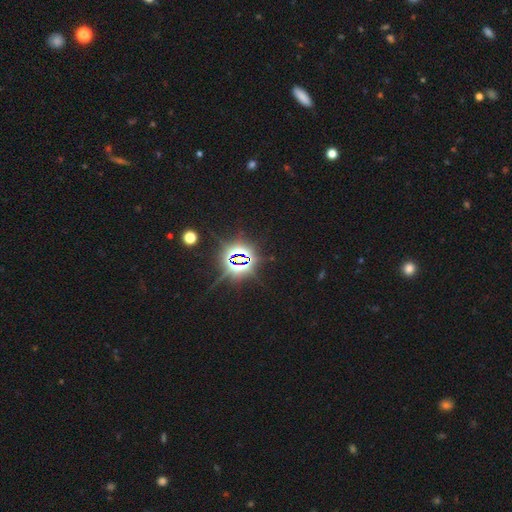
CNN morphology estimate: A star or artifact, not a galaxy (83%).